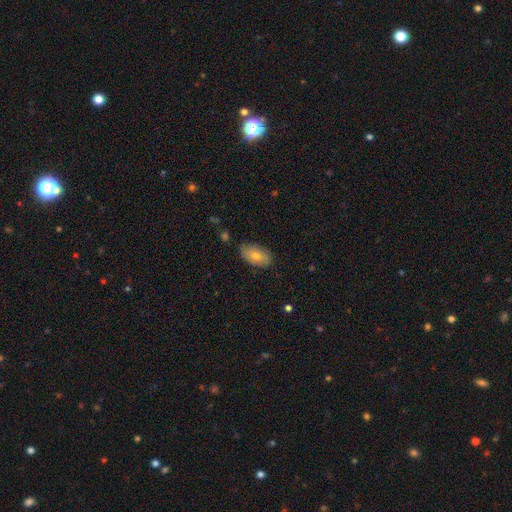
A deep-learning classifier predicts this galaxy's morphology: Q: Smooth or featured?
A: smooth (69%); runner-up: featured or disk (23%)
Q: How rounded?
A: in between (93%); runner-up: round (5%)
Q: Merging?
A: none (81%); runner-up: minor disturbance (15%)